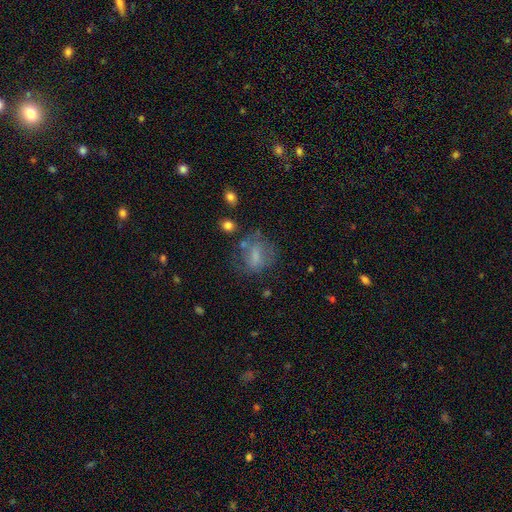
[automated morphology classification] Overall: smooth (56%; featured or disk 30%). How rounded: in between (50%; round 46%). Merging: none (53%; minor disturbance 22%).